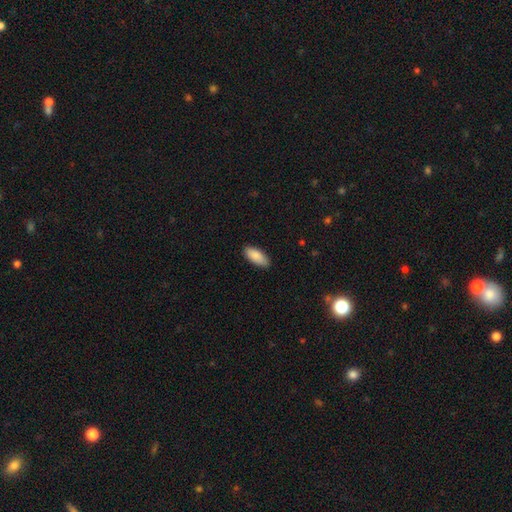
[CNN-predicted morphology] The model was most divided on "merging": none: 86%, minor disturbance: 12%, major disturbance: 2%, merger: 1%. More confident: smooth or featured — smooth (88%); how rounded — in between (87%).